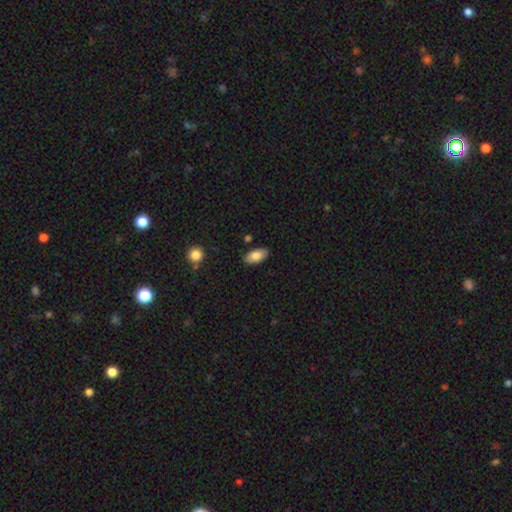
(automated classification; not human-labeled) The model was most divided on "smooth or featured": smooth: 81%, featured or disk: 12%, star or artifact: 7%. More confident: how rounded — in between (93%); merging — none (85%).